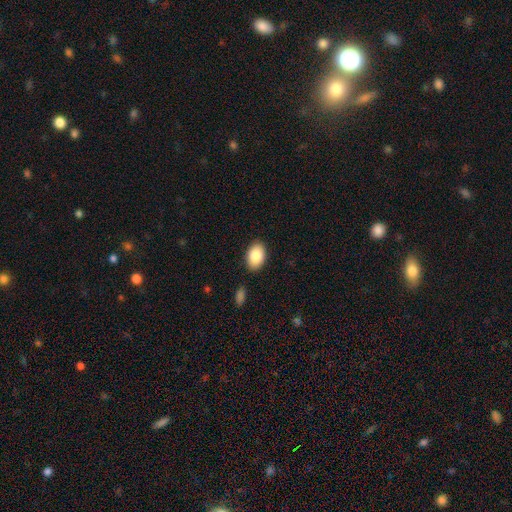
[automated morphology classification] This appears to be a smooth galaxy with no disk features (88%) that is in between round and cigar-shaped (89%). Merging: none (86%).